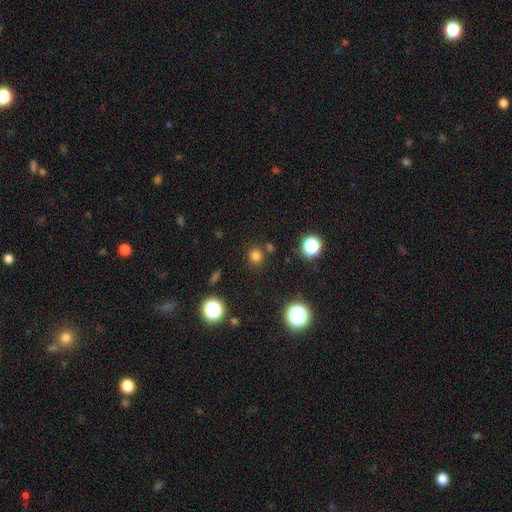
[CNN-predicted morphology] A smooth galaxy with no disk features (74%) that is round (88%). Merging: none (82%).